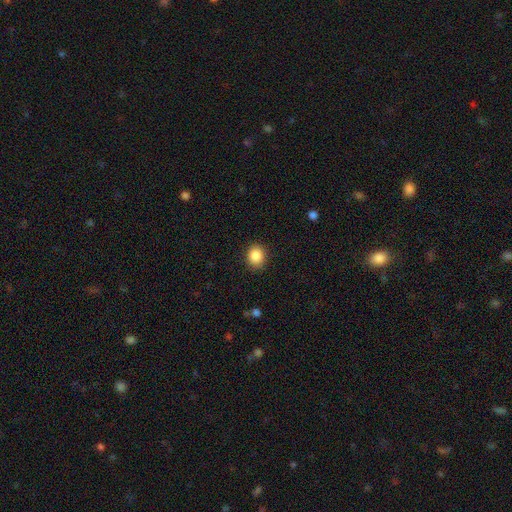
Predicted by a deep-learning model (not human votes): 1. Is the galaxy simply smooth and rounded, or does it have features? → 87% smooth, 9% star or artifact, 4% featured or disk.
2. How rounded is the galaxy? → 70% round, 29% in between, 1% cigar-shaped.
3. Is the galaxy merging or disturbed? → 88% none, 8% minor disturbance, 2% major disturbance, 1% merger.